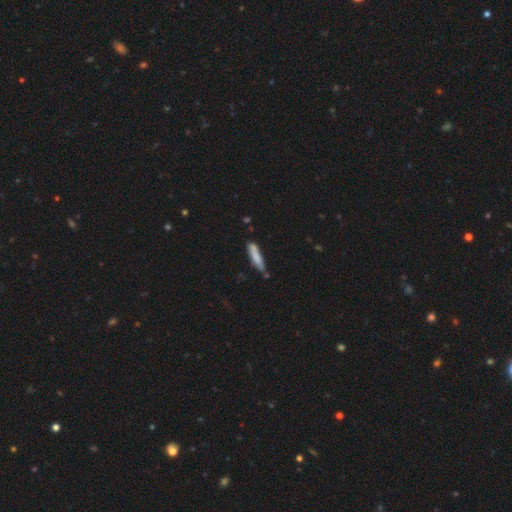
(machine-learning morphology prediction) smooth-or-featured: smooth: 81% | featured or disk: 13% | star or artifact: 6%
  how-rounded: cigar-shaped: 84% | in between: 15% | round: 1%
  merging: none: 72% | minor disturbance: 19% | merger: 6% | major disturbance: 3%